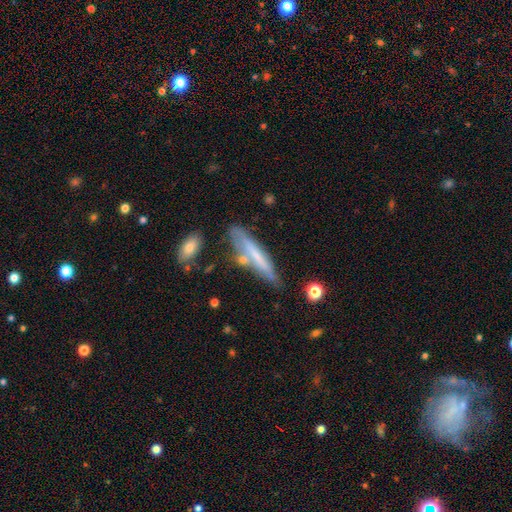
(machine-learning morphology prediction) Q: Smooth or featured?
A: smooth (52%); runner-up: featured or disk (41%)
Q: How rounded?
A: cigar-shaped (89%); runner-up: in between (10%)
Q: Merging?
A: none (61%); runner-up: minor disturbance (21%)